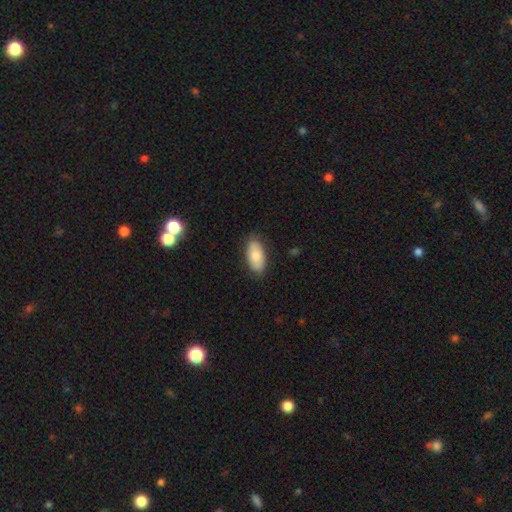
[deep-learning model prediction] This appears to be a smooth galaxy with no disk features (77%) that is in between round and cigar-shaped (94%). Merging: none (83%).